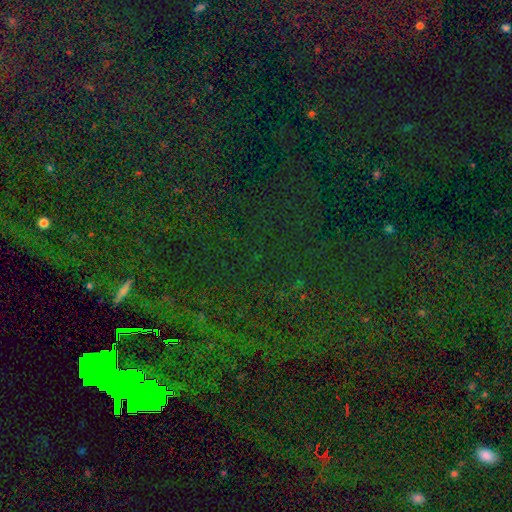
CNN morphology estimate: Smooth or featured: star or artifact — 82% (smooth — 10%)